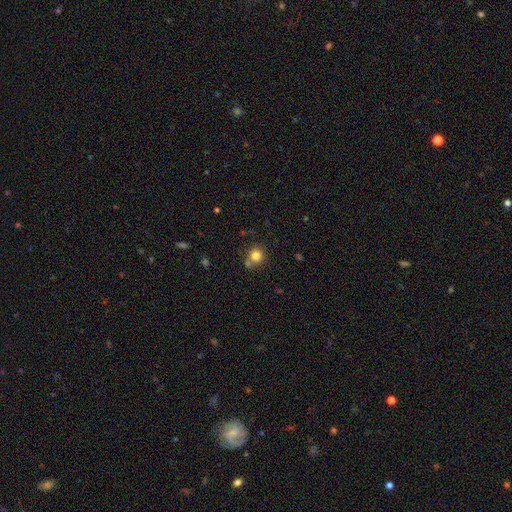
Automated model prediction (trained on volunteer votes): Smooth or featured? smooth (81%)
How rounded? round (91%)
Merging? none (73%)